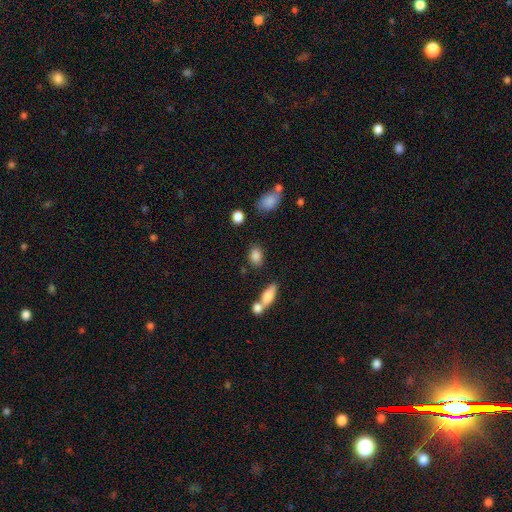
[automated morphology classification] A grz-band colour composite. It shows a smooth galaxy with no disk features (85%) that is in between round and cigar-shaped (72%). Merging: none (75%).